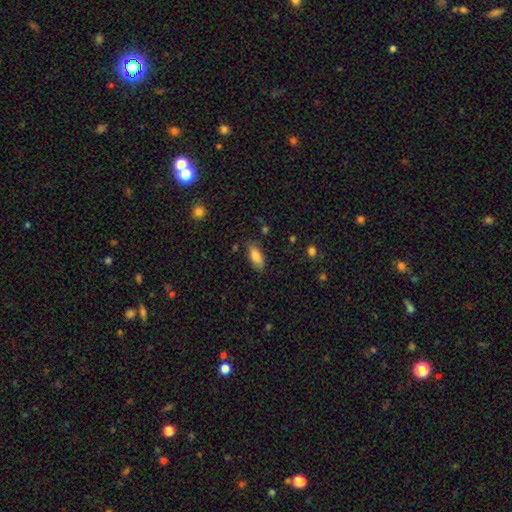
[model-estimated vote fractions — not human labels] Smooth or featured?
  - smooth: 85% *
  - featured or disk: 8%
  - star or artifact: 7%
How rounded?
  - in between: 84% *
  - cigar-shaped: 14%
  - round: 2%
Merging?
  - none: 78% *
  - minor disturbance: 16%
  - major disturbance: 4%
  - merger: 2%